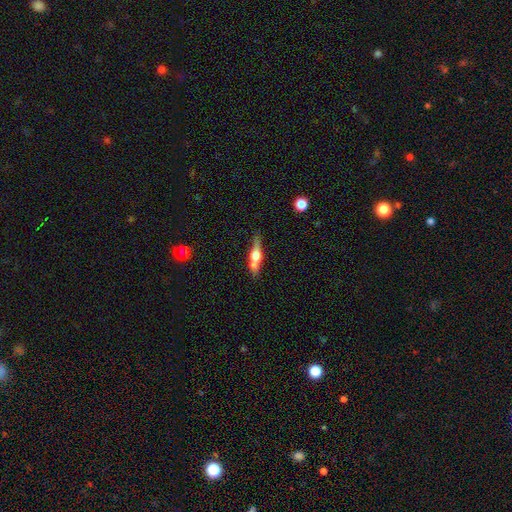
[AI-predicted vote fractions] A featured or disk galaxy (57%) viewed edge-on (90%) with a rounded central bulge (92%). Merging: none (58%).